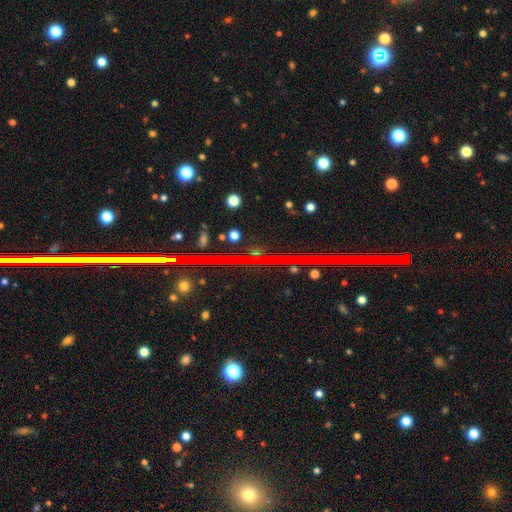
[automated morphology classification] Smooth or featured?
  - star or artifact: 63% *
  - smooth: 21%
  - featured or disk: 17%